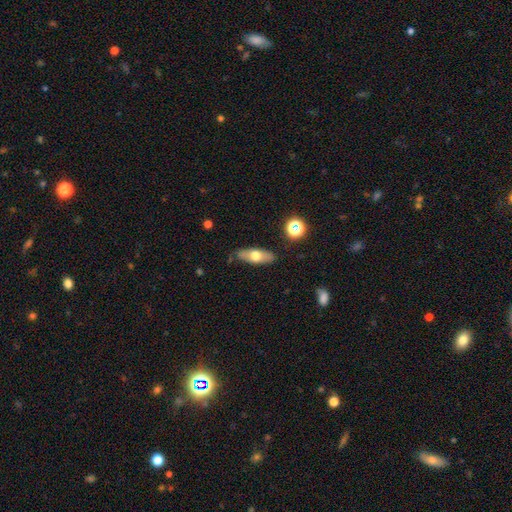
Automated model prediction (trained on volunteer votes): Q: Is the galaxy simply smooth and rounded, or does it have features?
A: smooth — 60%.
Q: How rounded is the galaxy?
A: in between — 71%.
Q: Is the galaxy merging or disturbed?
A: none — 83%.